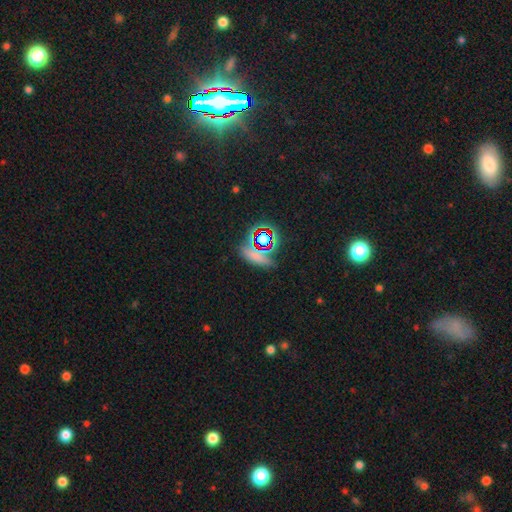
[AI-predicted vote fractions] Smooth or featured? Predicted: smooth (p=0.50). Merging? Predicted: none (p=0.69).